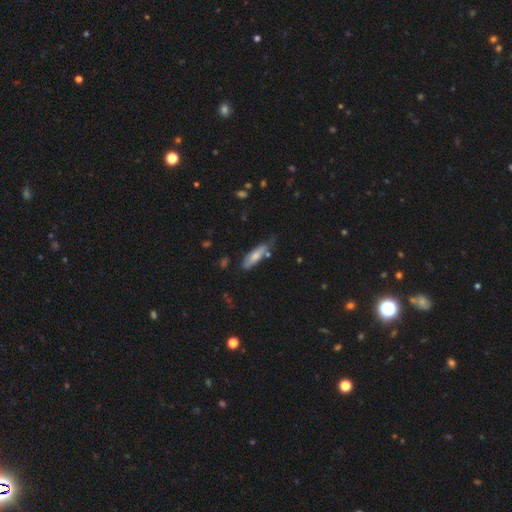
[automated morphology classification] The model was most divided on "how rounded": cigar-shaped: 58%, in between: 41%, round: 2%. More confident: smooth or featured — smooth (68%); merging — none (55%).